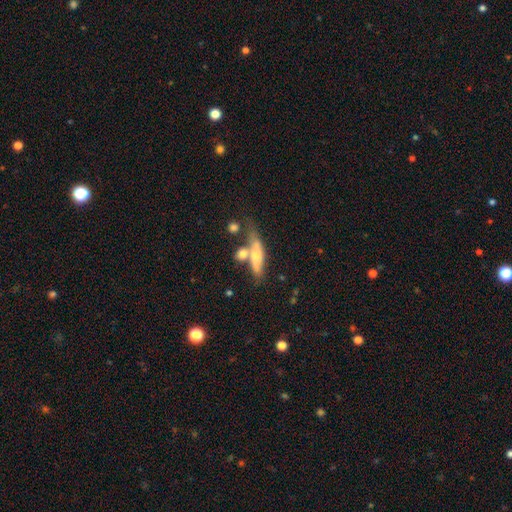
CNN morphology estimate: Smooth or featured? smooth (61%)
How rounded? cigar-shaped (57%)
Merging? none (39%)